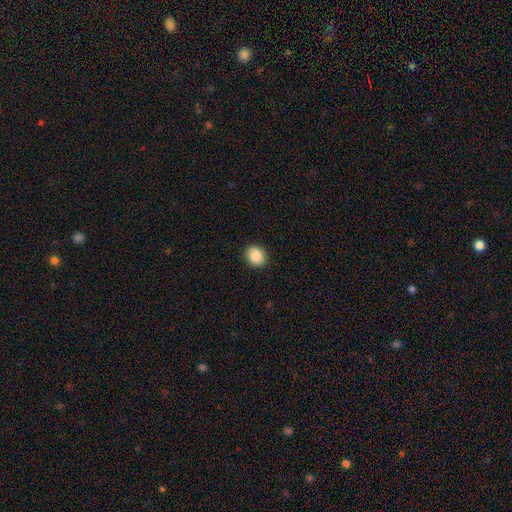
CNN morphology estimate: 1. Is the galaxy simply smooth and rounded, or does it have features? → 89% smooth, 8% star or artifact, 3% featured or disk.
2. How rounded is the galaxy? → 74% round, 25% in between, 1% cigar-shaped.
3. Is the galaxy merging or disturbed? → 92% none, 6% minor disturbance, 2% major disturbance, 1% merger.